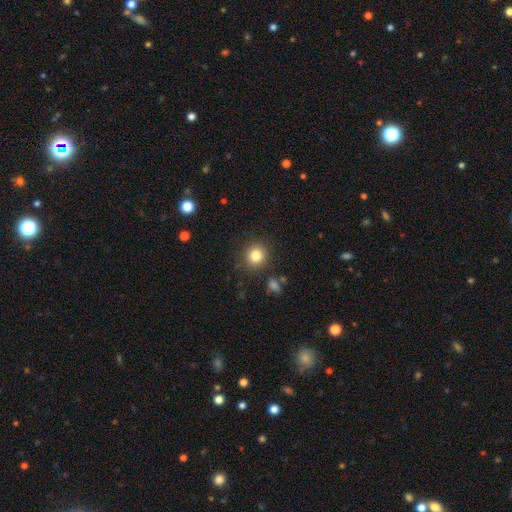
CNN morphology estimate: smooth-or-featured: smooth: 82% | star or artifact: 11% | featured or disk: 6%
  how-rounded: round: 89% | in between: 10% | cigar-shaped: 1%
  merging: none: 87% | minor disturbance: 8% | major disturbance: 3% | merger: 3%